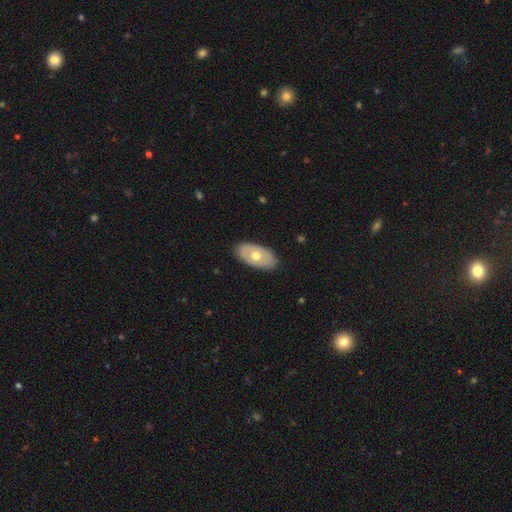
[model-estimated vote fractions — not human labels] smooth_or_featured: smooth (p=0.57) [alt: featured or disk p=0.38]
how_rounded: in between (p=0.93) [alt: round p=0.05]
merging: none (p=0.86) [alt: minor disturbance p=0.11]